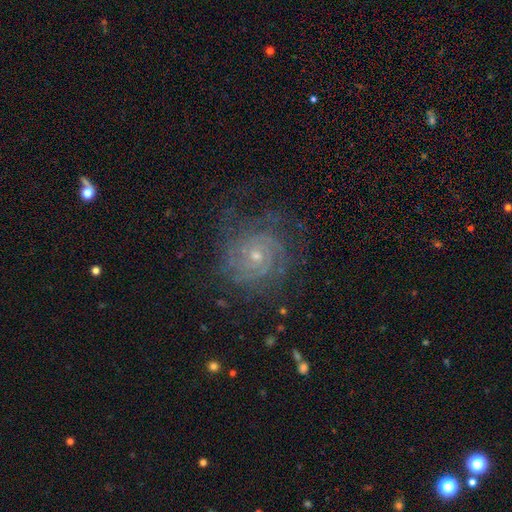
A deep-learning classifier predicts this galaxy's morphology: type=featured or disk (78%); edge-on=no (97%); bar=no (78%); spiral arms=yes (94%); winding=tight (73%); arm count=can't tell (39%); bulge=small (68%); merging=none (72%).